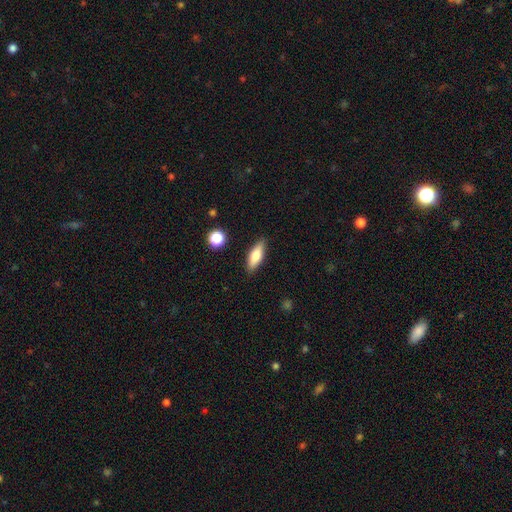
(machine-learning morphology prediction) type=smooth (70%); roundness=in between (56%); merging=none (87%).